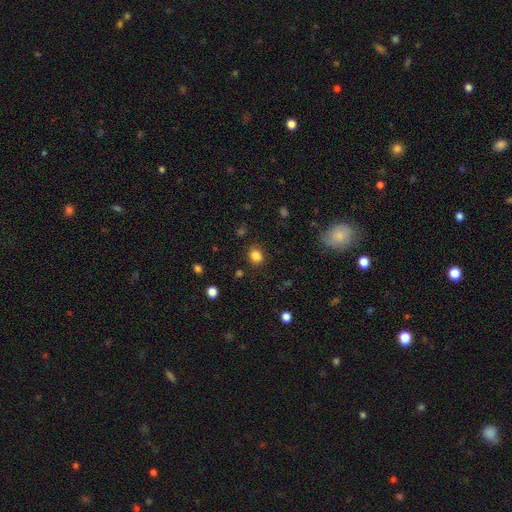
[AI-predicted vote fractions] smooth 84%, star or artifact 12%, featured or disk 5%. Down the decision tree: how rounded — round (62%); merging — none (82%).